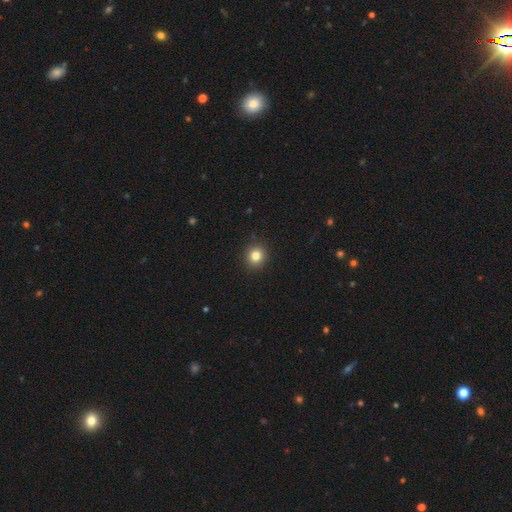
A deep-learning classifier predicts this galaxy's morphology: Smooth or featured? smooth (82%)
How rounded? round (90%)
Merging? none (92%)